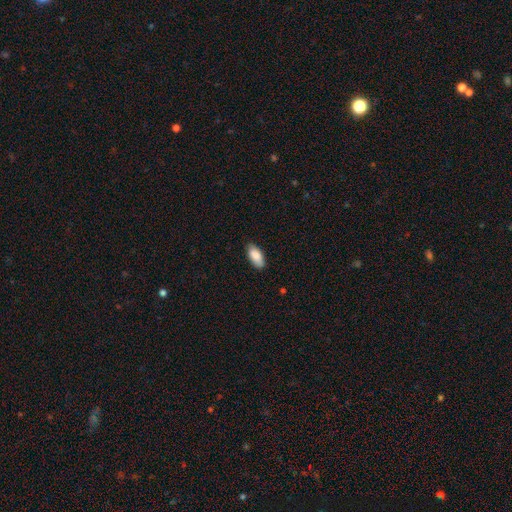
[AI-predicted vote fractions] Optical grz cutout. It shows a smooth galaxy with no disk features (89%) that is in between round and cigar-shaped (90%). Merging: none (83%).